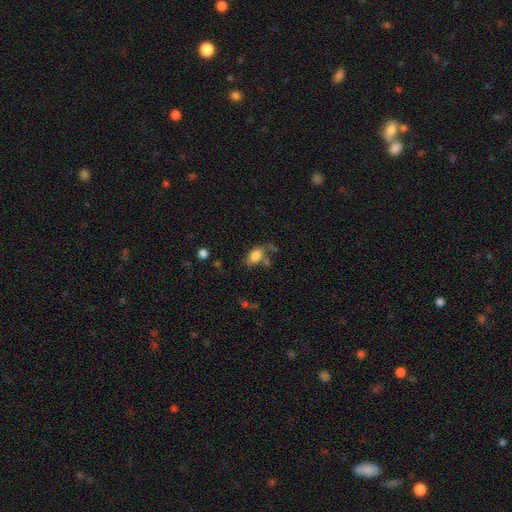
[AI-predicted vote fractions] smooth-or-featured: smooth: 82% | featured or disk: 9% | star or artifact: 9%
  how-rounded: in between: 89% | round: 8% | cigar-shaped: 3%
  merging: none: 54% | minor disturbance: 21% | merger: 16% | major disturbance: 9%